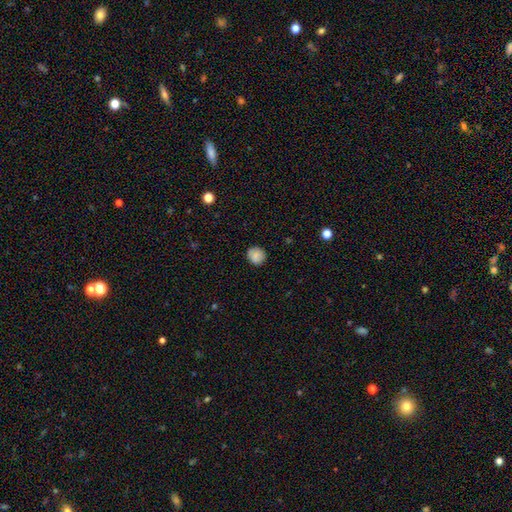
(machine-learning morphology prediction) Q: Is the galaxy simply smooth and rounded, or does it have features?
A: smooth — 85%.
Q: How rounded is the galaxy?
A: round — 87%.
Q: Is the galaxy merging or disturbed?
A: none — 86%.